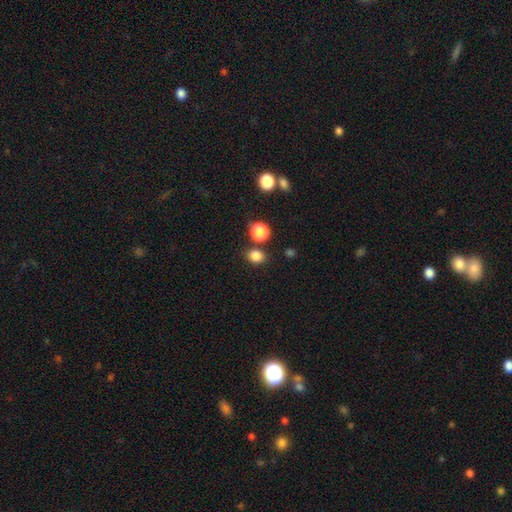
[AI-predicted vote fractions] A smooth galaxy with no disk features (83%) that is round (57%).

Vote fractions:
- Smooth or featured? smooth: 83% / star or artifact: 13% / featured or disk: 4%
- How rounded? round: 57% / in between: 42% / cigar-shaped: 1%
- Merging? none: 76% / merger: 10% / minor disturbance: 10% / major disturbance: 3%